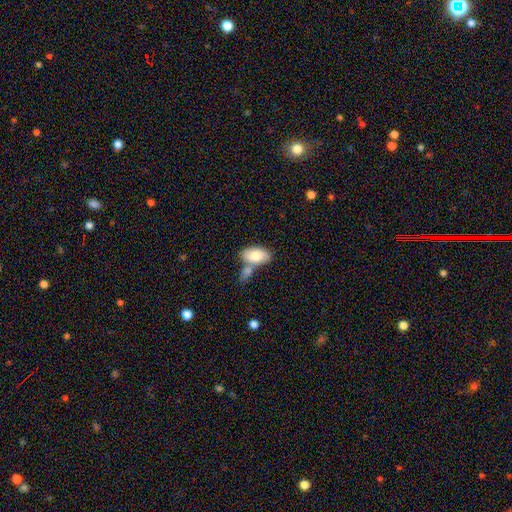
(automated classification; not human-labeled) Smooth or featured? smooth (78%)
How rounded? in between (93%)
Merging? none (46%)